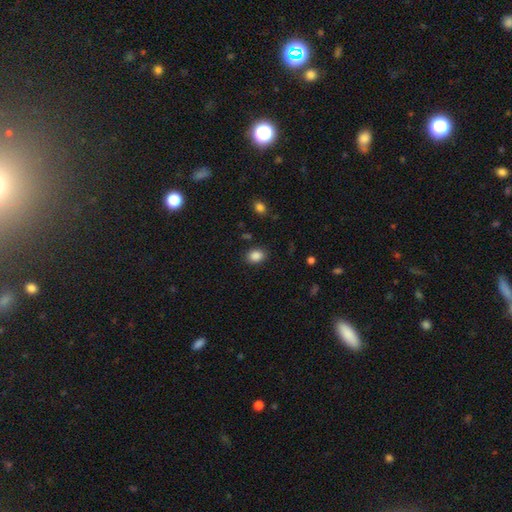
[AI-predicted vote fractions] A smooth galaxy with no disk features (87%) that is in between round and cigar-shaped (66%).

Vote fractions:
- Smooth or featured? smooth: 87% / star or artifact: 9% / featured or disk: 4%
- How rounded? in between: 66% / round: 33% / cigar-shaped: 1%
- Merging? none: 86% / minor disturbance: 9% / major disturbance: 3% / merger: 1%